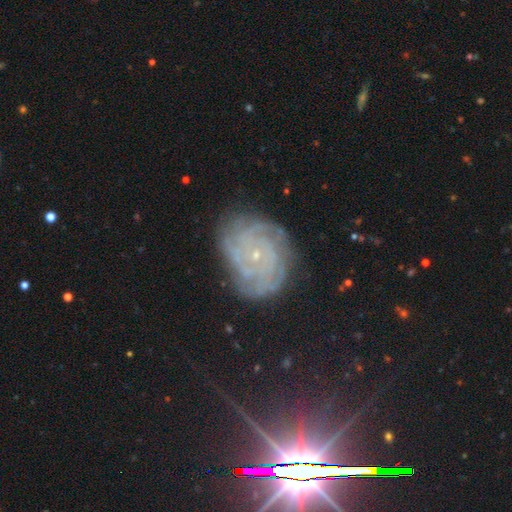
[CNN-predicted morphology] The model was most divided on "spiral arm count": can't tell: 30%, 4: 19%, 3: 15%, more than 4: 15%, 2: 13%, 1: 9%. More confident: edge-on disk — no (97%); spiral arms — yes (96%); bulge size — small (87%); bar — no (79%); spiral winding — tight (79%); smooth or featured — featured or disk (78%); merging — none (76%).